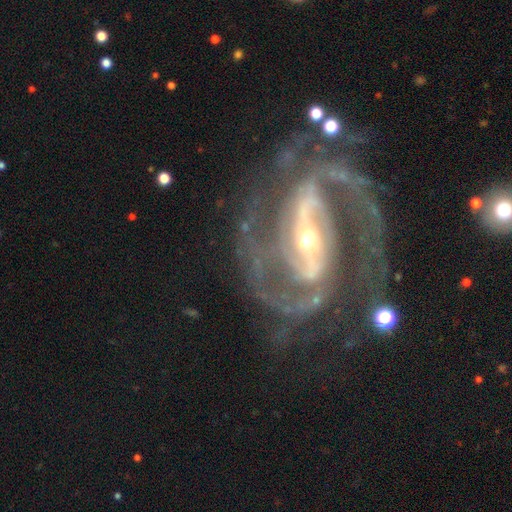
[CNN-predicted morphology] This is clearly a featured or disk galaxy (92%). It is clearly not viewed edge-on (97%). Bar: likely strong (63%). Spiral arm pattern: clearly yes (98%). Spiral arm count: likely 2 (73%). Spiral winding: possibly medium (54%). Central bulge: likely small (63%). Merging: likely none (63%).